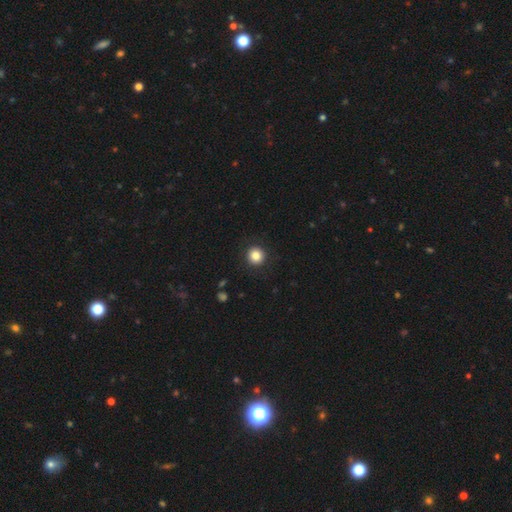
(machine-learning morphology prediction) A smooth galaxy with no disk features (85%) that is round (95%). Merging: none (92%).